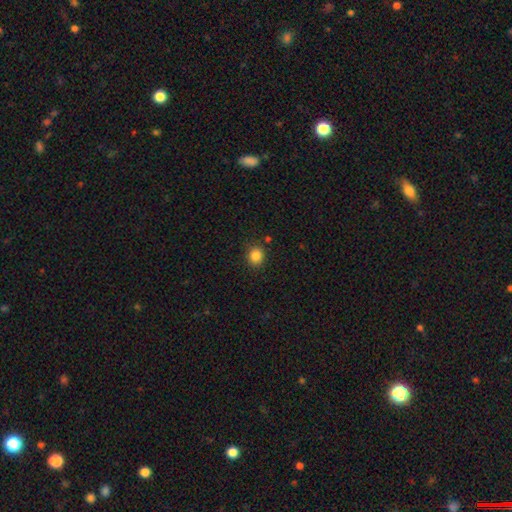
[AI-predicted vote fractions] Overall: smooth (85%). How rounded: round (81%). Merging: none (87%).